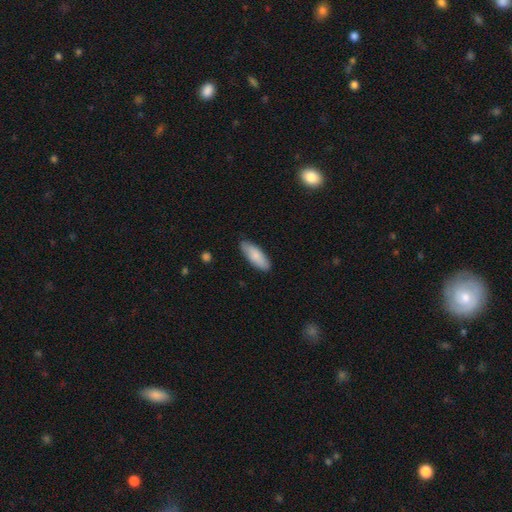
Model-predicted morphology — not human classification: Q: Smooth or featured?
A: smooth (84%); runner-up: featured or disk (11%)
Q: How rounded?
A: in between (71%); runner-up: cigar-shaped (28%)
Q: Merging?
A: none (87%); runner-up: minor disturbance (11%)